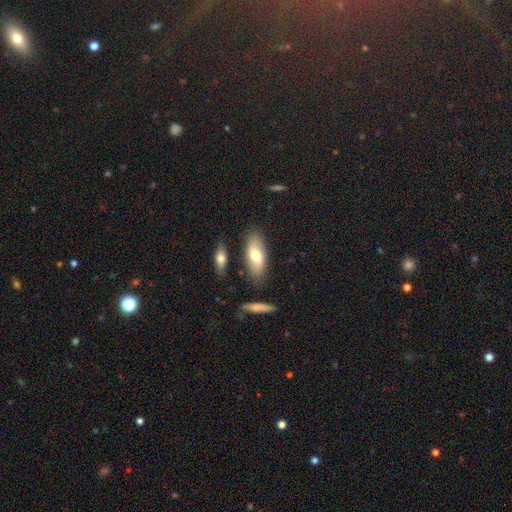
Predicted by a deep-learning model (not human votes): Smooth or featured?
  - smooth: 68% *
  - featured or disk: 26%
  - star or artifact: 6%
How rounded?
  - in between: 81% *
  - cigar-shaped: 16%
  - round: 3%
Merging?
  - none: 78% *
  - minor disturbance: 14%
  - merger: 5%
  - major disturbance: 3%